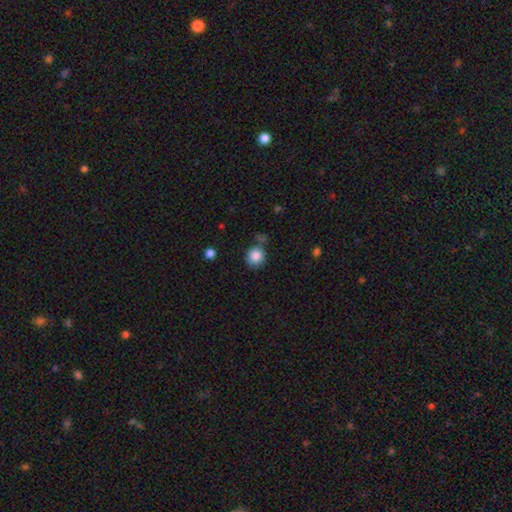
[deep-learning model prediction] Smooth or featured? Predicted: smooth (p=0.85). How rounded? Predicted: round (p=0.85). Merging? Predicted: none (p=0.73).